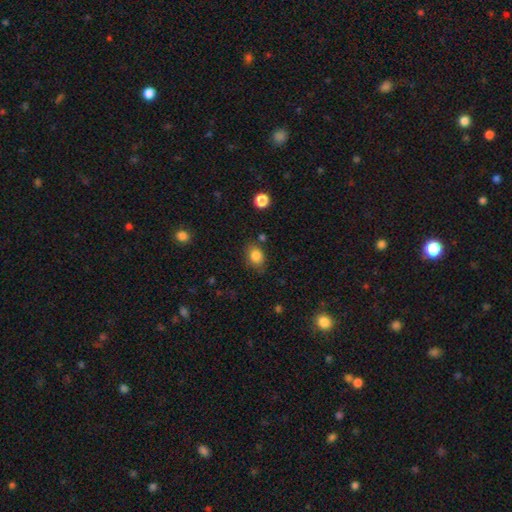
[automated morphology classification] smooth 85%, star or artifact 9%, featured or disk 6%. Down the decision tree: how rounded — in between (66%); merging — none (74%).